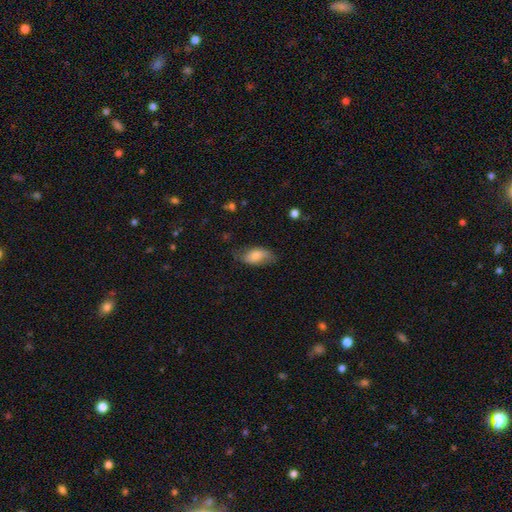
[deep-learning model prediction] Morphology: type=smooth (75%); roundness=in between (91%); merging=none (64%).